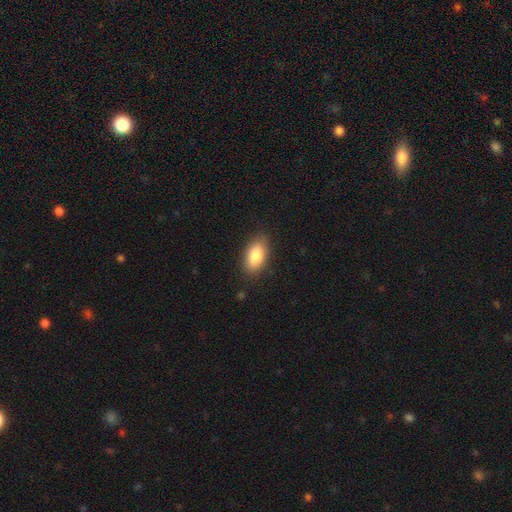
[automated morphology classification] Smooth or featured?
  - smooth: 85% *
  - featured or disk: 8%
  - star or artifact: 7%
How rounded?
  - in between: 92% *
  - round: 4%
  - cigar-shaped: 4%
Merging?
  - none: 86% *
  - minor disturbance: 10%
  - major disturbance: 3%
  - merger: 1%